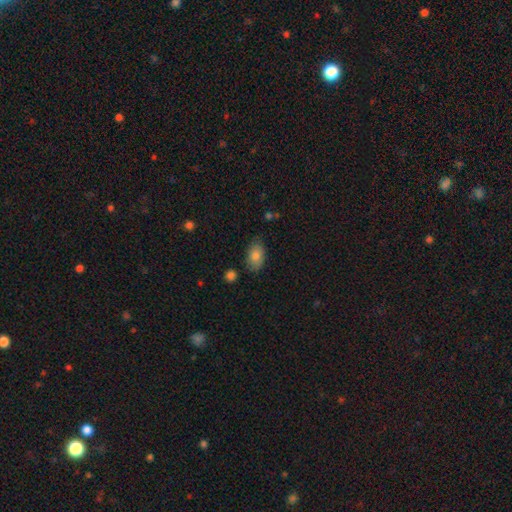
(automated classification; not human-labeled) smooth_or_featured: smooth (p=0.81) [alt: featured or disk p=0.11]
how_rounded: in between (p=0.91) [alt: round p=0.07]
merging: none (p=0.79) [alt: minor disturbance p=0.16]